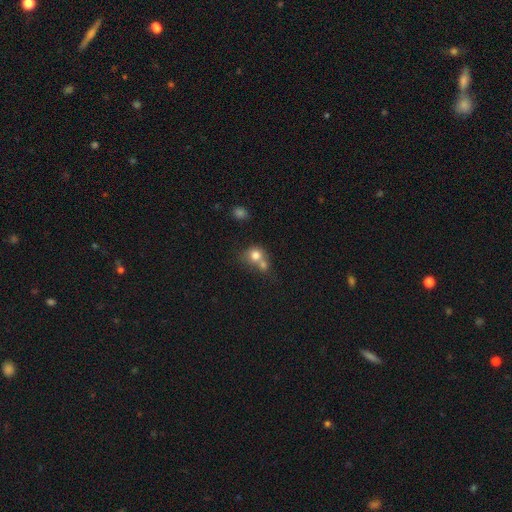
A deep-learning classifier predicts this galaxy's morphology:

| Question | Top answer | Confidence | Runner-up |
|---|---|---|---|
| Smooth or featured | smooth | 76% | featured or disk (13%) |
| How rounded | round | 75% | in between (24%) |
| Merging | merger | 59% | none (29%) |